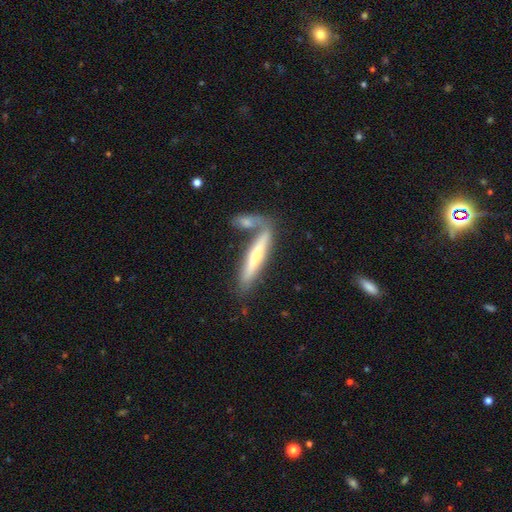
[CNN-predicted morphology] smooth-or-featured: smooth: 55% | featured or disk: 39% | star or artifact: 6%
  how-rounded: cigar-shaped: 89% | in between: 9% | round: 1%
  merging: none: 51% | merger: 32% | minor disturbance: 12% | major disturbance: 5%